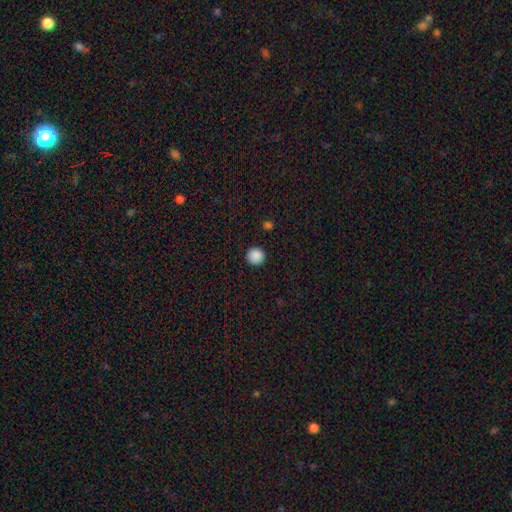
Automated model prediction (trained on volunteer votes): Smooth or featured?
  - smooth: 89% *
  - star or artifact: 9%
  - featured or disk: 2%
How rounded?
  - round: 93% *
  - in between: 6%
  - cigar-shaped: 1%
Merging?
  - none: 92% *
  - minor disturbance: 5%
  - major disturbance: 2%
  - merger: 1%